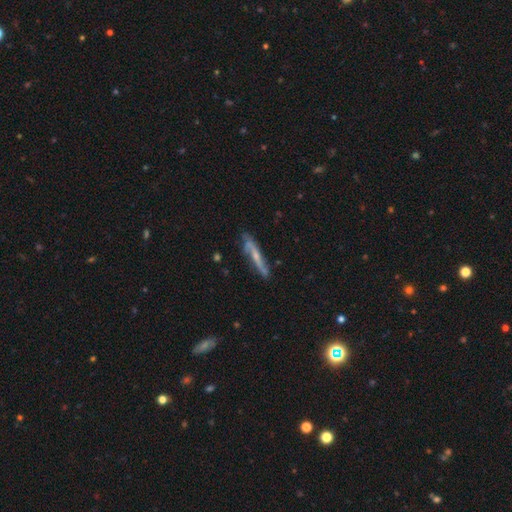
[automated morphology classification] A featured or disk galaxy (66%) viewed edge-on (68%).

Vote fractions:
- Smooth or featured? featured or disk: 66% / smooth: 27% / star or artifact: 7%
- Edge-on disk? yes: 68% / no: 32%
- Merging? none: 67% / minor disturbance: 23% / major disturbance: 7% / merger: 3%